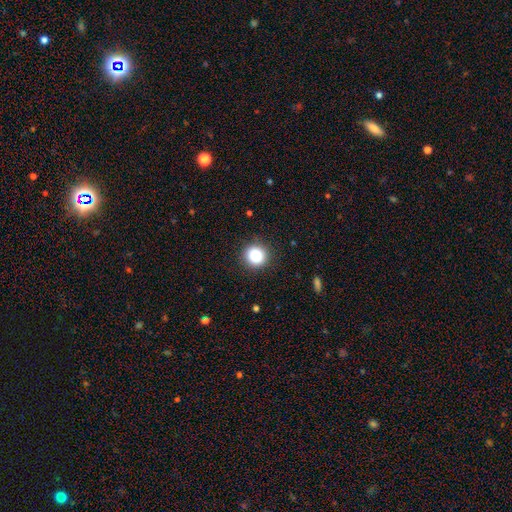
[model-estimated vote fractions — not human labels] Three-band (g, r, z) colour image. It shows a smooth galaxy with no disk features (86%) that is round (92%). Merging: none (89%).